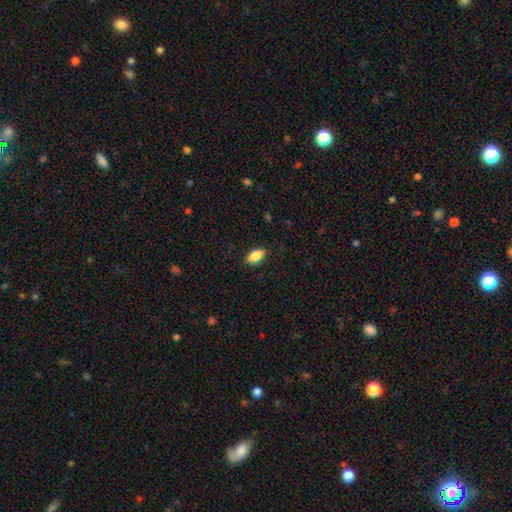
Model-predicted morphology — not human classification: This appears to be a smooth galaxy with no disk features (85%) that is in between round and cigar-shaped (90%). Merging: none (86%).